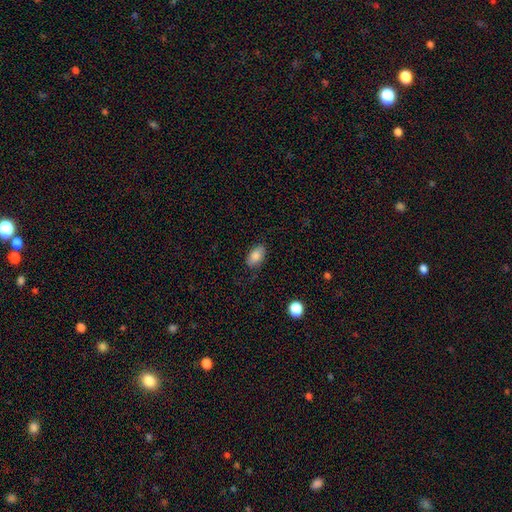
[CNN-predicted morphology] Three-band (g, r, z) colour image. It shows a smooth galaxy with no disk features (84%) that is in between round and cigar-shaped (92%). Merging: none (80%).